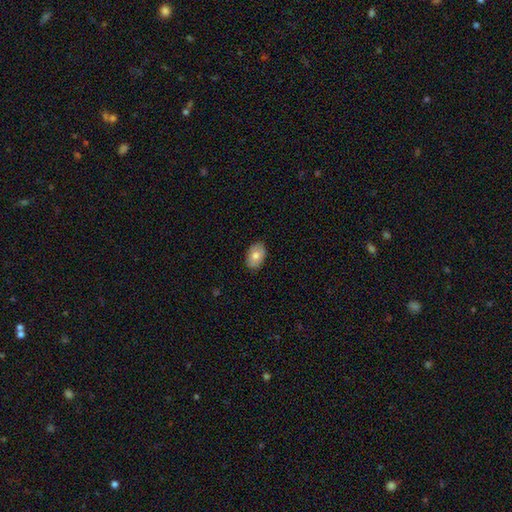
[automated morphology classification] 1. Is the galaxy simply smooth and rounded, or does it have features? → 76% smooth, 18% featured or disk, 7% star or artifact.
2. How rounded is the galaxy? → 88% in between, 11% round, 1% cigar-shaped.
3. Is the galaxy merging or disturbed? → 87% none, 10% minor disturbance, 2% major disturbance, 1% merger.